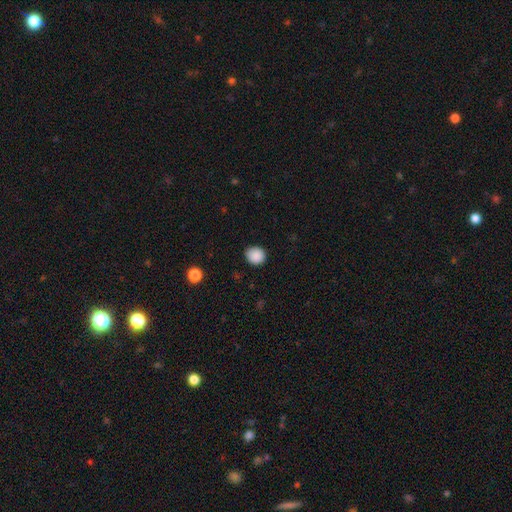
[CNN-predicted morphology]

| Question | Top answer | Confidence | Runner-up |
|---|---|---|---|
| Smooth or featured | smooth | 88% | star or artifact (9%) |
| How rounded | round | 80% | in between (20%) |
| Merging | none | 86% | minor disturbance (11%) |